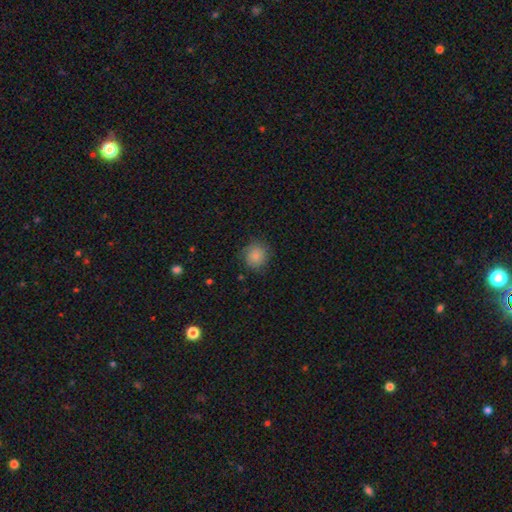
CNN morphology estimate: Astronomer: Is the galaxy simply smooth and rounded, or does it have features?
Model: smooth — 85%.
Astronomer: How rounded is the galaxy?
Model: round — 86%.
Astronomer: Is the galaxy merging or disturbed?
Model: none — 82%.